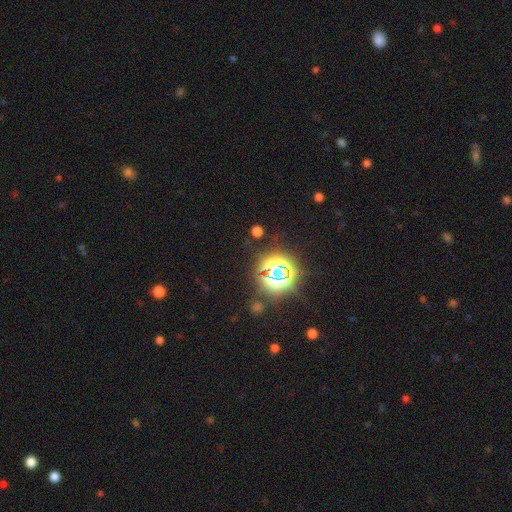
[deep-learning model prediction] star or artifact 83%, smooth 12%, featured or disk 6%.